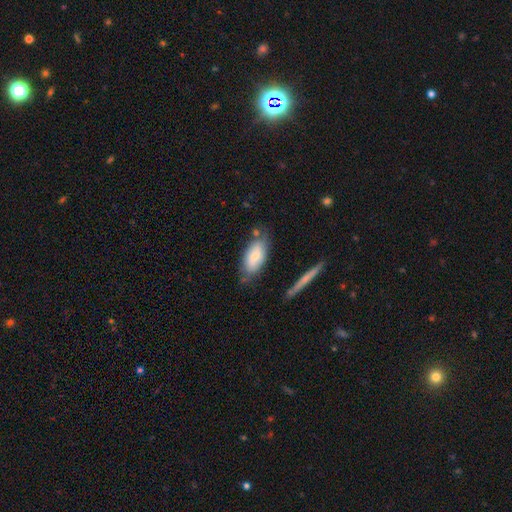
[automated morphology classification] Overall: smooth (70%). How rounded: in between (87%). Merging: none (63%).